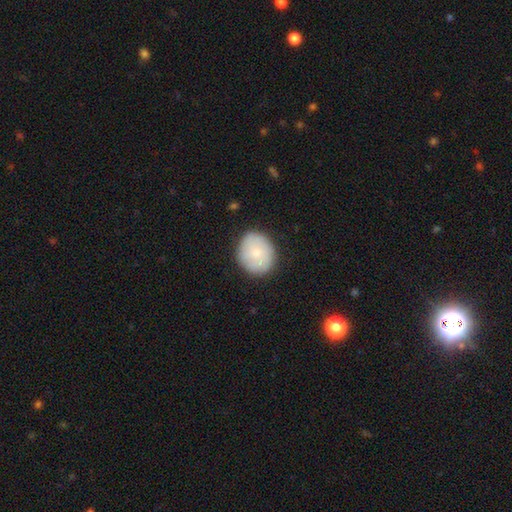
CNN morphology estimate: A smooth galaxy with no disk features (71%) that is round (72%). Merging: none (86%).